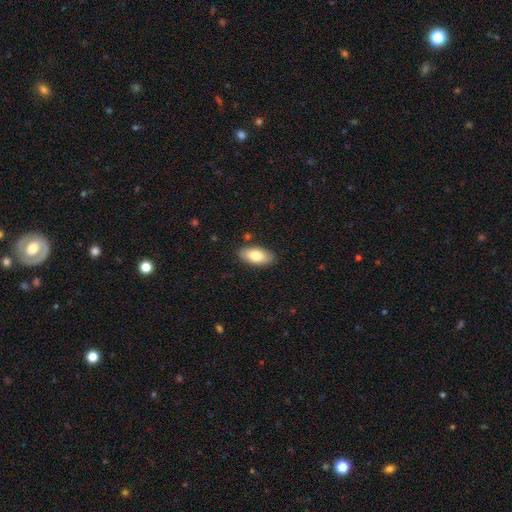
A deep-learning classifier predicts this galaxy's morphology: Smooth or featured? Predicted: smooth (p=0.79). How rounded? Predicted: in between (p=0.92). Merging? Predicted: none (p=0.87).